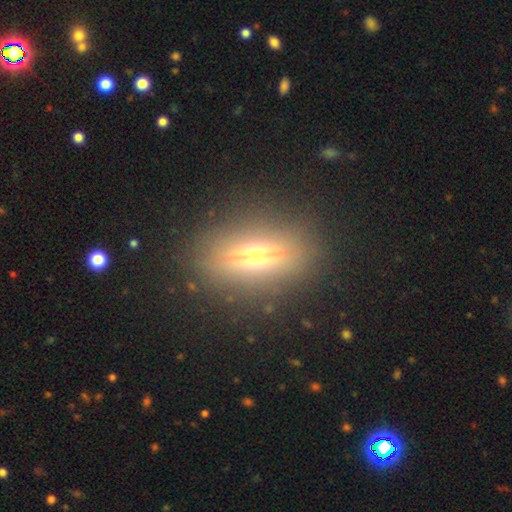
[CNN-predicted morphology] smooth-or-featured: smooth: 65% | featured or disk: 21% | star or artifact: 15%
  how-rounded: in between: 75% | cigar-shaped: 13% | round: 12%
  merging: none: 85% | minor disturbance: 9% | major disturbance: 4% | merger: 2%